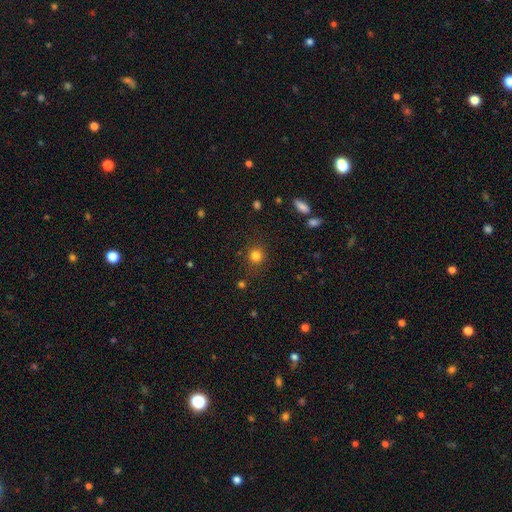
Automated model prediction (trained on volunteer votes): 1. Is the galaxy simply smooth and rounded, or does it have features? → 81% smooth, 14% star or artifact, 5% featured or disk.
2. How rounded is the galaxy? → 90% round, 9% in between, 1% cigar-shaped.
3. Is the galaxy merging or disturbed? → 86% none, 9% minor disturbance, 4% major disturbance, 2% merger.